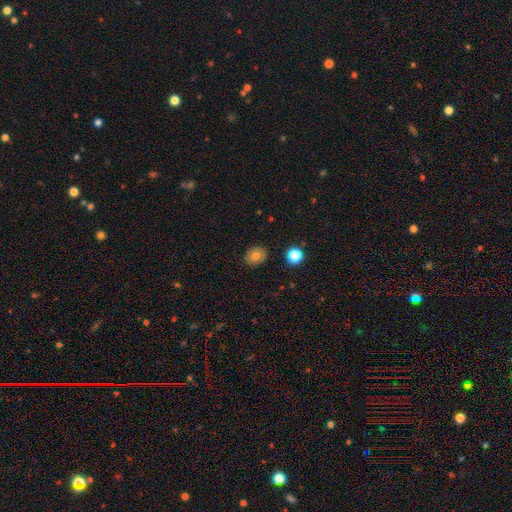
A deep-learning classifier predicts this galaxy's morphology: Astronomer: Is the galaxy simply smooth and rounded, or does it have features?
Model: smooth — 77%.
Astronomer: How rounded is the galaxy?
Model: round — 61% (runner-up: in between, 38%).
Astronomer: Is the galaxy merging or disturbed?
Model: none — 87%.